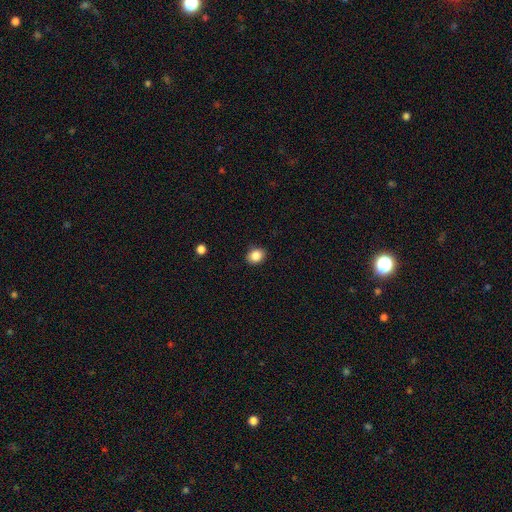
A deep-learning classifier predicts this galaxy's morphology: smooth 86%, star or artifact 9%, featured or disk 5%. Down the decision tree: how rounded — round (54%); merging — none (89%).